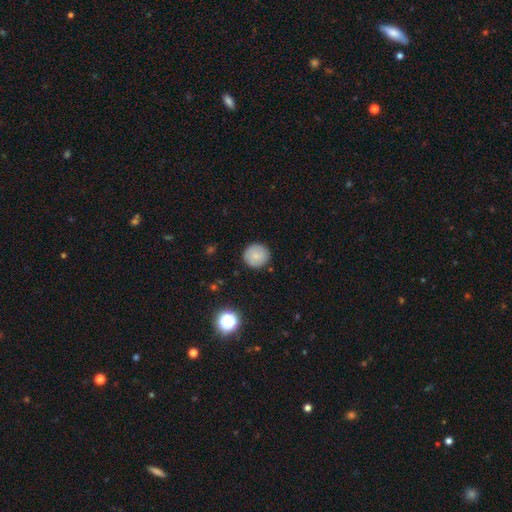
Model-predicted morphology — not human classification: Smooth or featured? Predicted: smooth (p=0.77). How rounded? Predicted: round (p=0.94). Merging? Predicted: none (p=0.88).